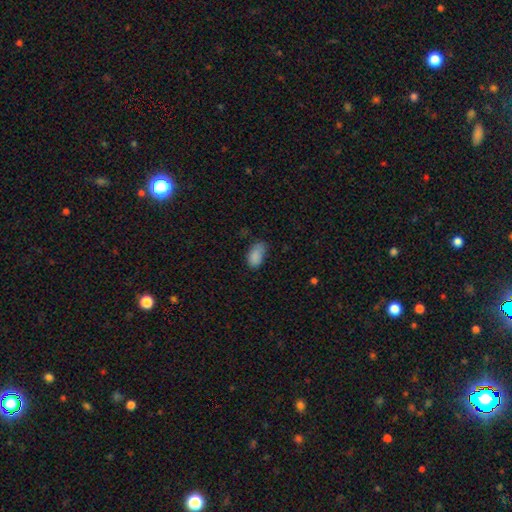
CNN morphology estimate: Q: Smooth or featured?
A: smooth (85%); runner-up: star or artifact (9%)
Q: How rounded?
A: in between (93%); runner-up: round (5%)
Q: Merging?
A: none (54%); runner-up: minor disturbance (33%)